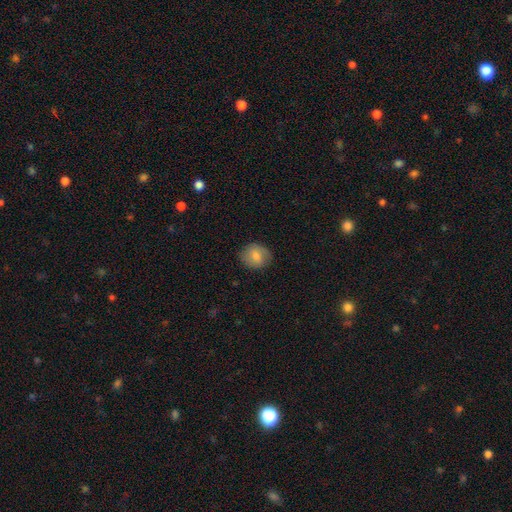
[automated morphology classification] This appears to be a smooth galaxy with no disk features (72%) that is round (67%). Merging: none (82%).